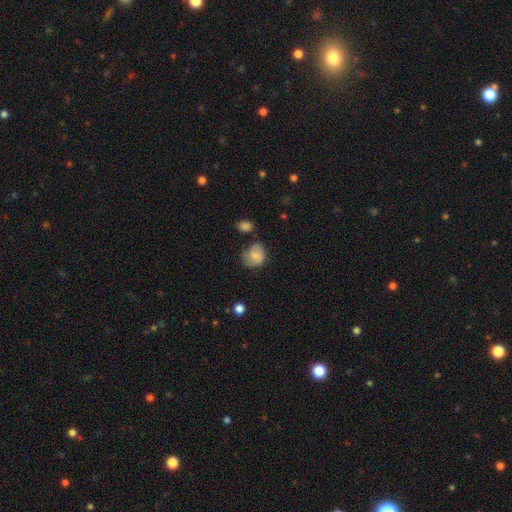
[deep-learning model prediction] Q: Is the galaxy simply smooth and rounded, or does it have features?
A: smooth — 75%.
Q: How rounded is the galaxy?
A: round — 60%.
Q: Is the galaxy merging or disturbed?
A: none — 48%.